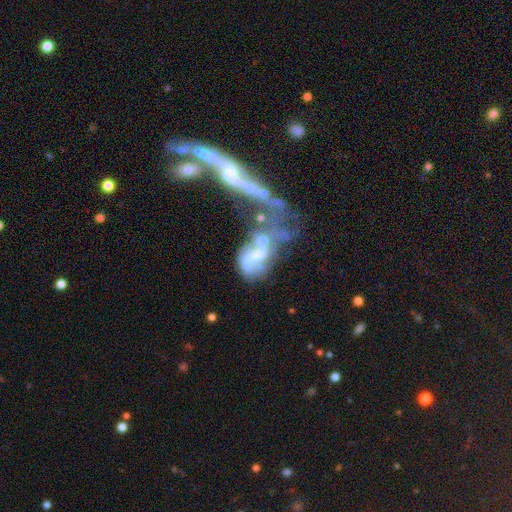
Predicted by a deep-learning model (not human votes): Smooth or featured: featured or disk — 65% (smooth — 23%)
Edge-on disk: no — 94% (yes — 6%)
Bar: no — 53% (weak — 28%)
Spiral arms: no — 53% (yes — 47%)
Bulge size: none — 48% (moderate — 23%)
Merging: merger — 62% (major disturbance — 23%)